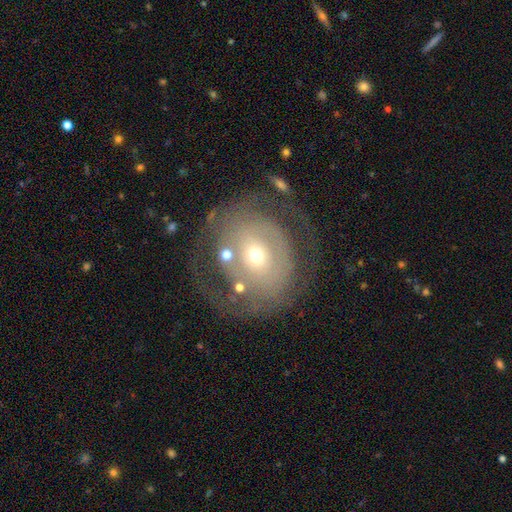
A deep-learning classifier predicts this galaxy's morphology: smooth-or-featured: featured or disk: 71% | smooth: 21% | star or artifact: 8%
  disk-edge-on: no: 96% | yes: 4%
    bar: no: 73% | weak: 20% | strong: 7%
    has-spiral-arms: yes: 68% | no: 32%
    bulge-size: small: 53% | moderate: 41% | large: 3% | dominant: 1% | none: 1%
  merging: none: 55% | major disturbance: 25% | minor disturbance: 17% | merger: 4%